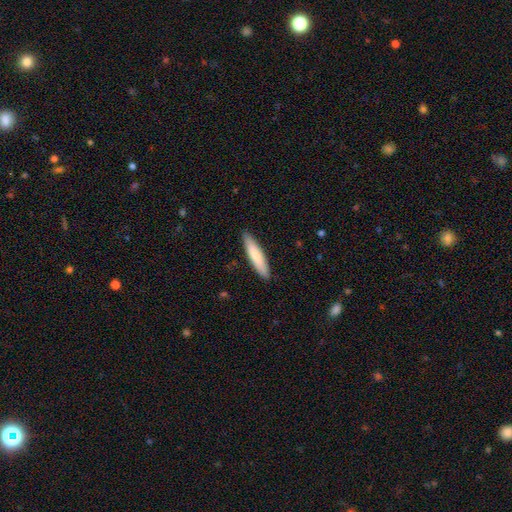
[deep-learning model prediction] Smooth or featured: smooth — 78% (featured or disk — 17%)
How rounded: cigar-shaped — 82% (in between — 17%)
Merging: none — 90% (minor disturbance — 8%)